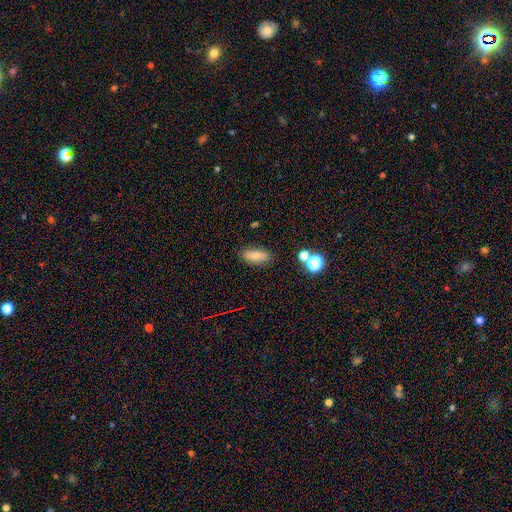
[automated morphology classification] This is likely a smooth galaxy (79%). How rounded: likely in between (75%). Merging: clearly none (81%).